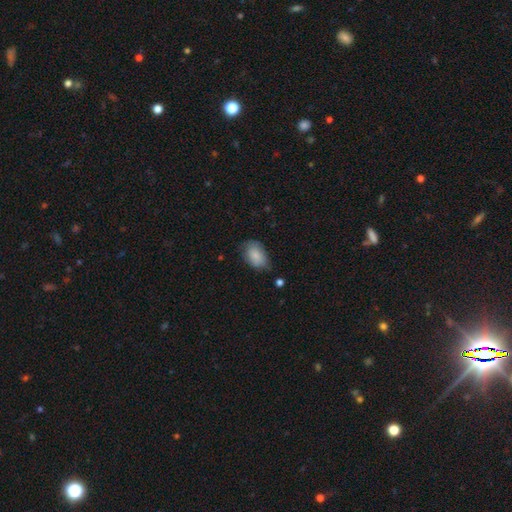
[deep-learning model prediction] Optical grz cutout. It shows a smooth galaxy with no disk features (85%) that is in between round and cigar-shaped (88%). Merging: none (63%).